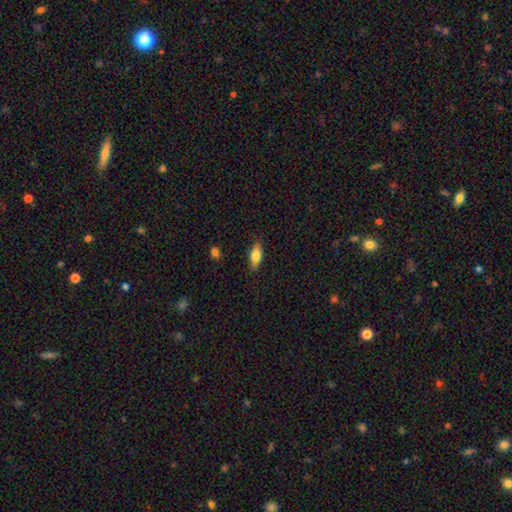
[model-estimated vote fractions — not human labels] Q: Smooth or featured?
A: smooth (76%); runner-up: featured or disk (18%)
Q: How rounded?
A: in between (73%); runner-up: cigar-shaped (24%)
Q: Merging?
A: none (85%); runner-up: minor disturbance (11%)